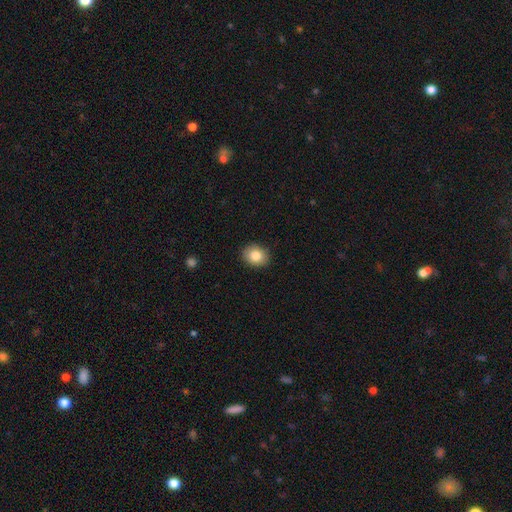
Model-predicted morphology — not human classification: This is clearly a smooth galaxy (83%). How rounded: possibly round (55%). Merging: clearly none (89%).